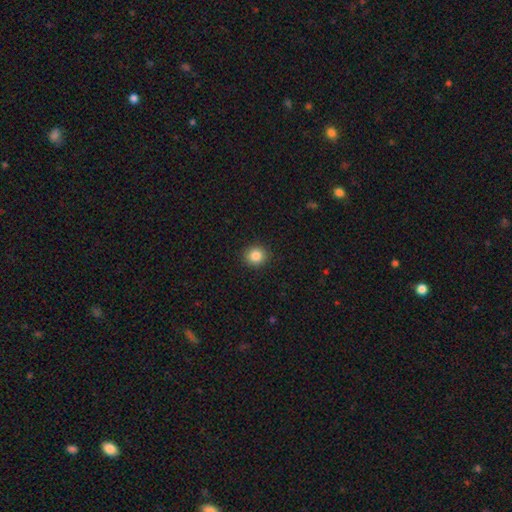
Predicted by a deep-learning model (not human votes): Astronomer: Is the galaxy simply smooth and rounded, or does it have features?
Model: smooth — 86%.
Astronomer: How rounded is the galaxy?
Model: round — 85%.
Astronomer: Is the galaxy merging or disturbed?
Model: none — 91%.